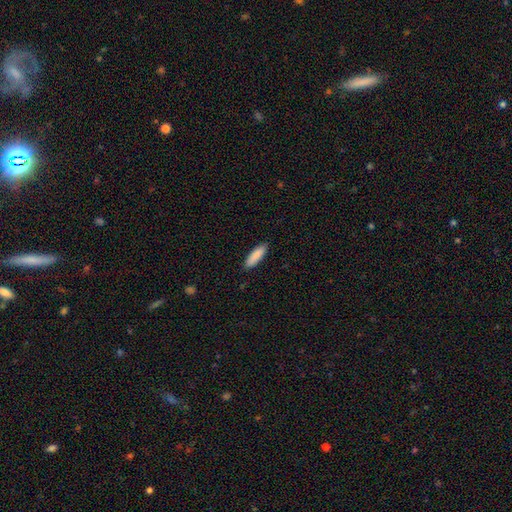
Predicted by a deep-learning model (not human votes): Morphology: type=smooth (88%); roundness=cigar-shaped (56%); merging=none (88%).